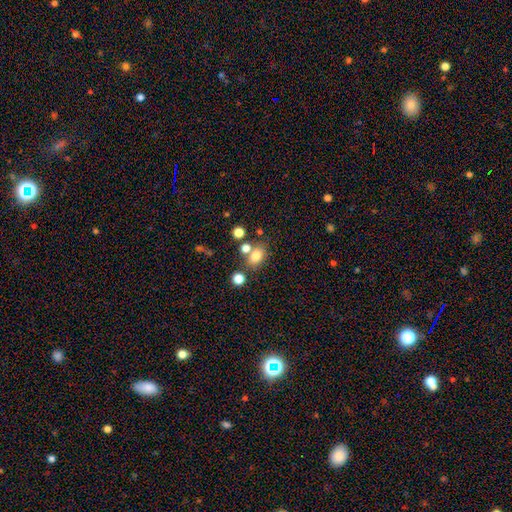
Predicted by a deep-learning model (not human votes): Smooth or featured? smooth (77%)
How rounded? in between (61%)
Merging? none (62%)